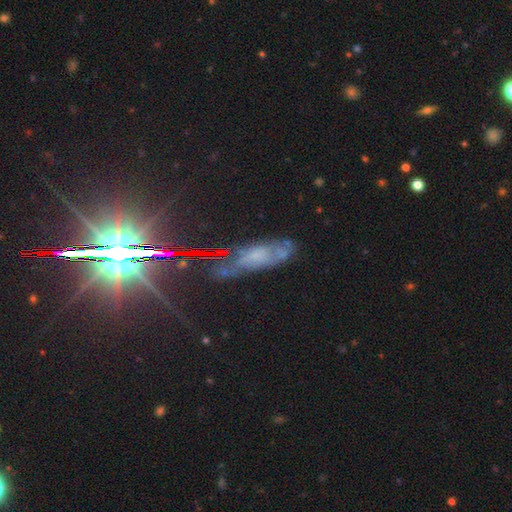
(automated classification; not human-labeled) Morphology: type=featured or disk (49%); merging=none (60%).